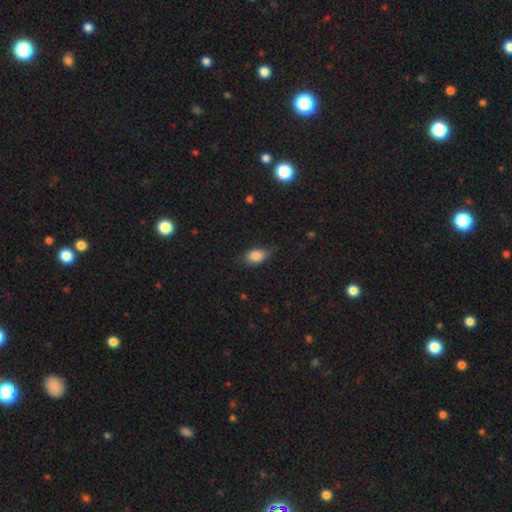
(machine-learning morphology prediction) This is clearly a smooth galaxy (85%). How rounded: clearly in between (85%). Merging: likely none (66%).